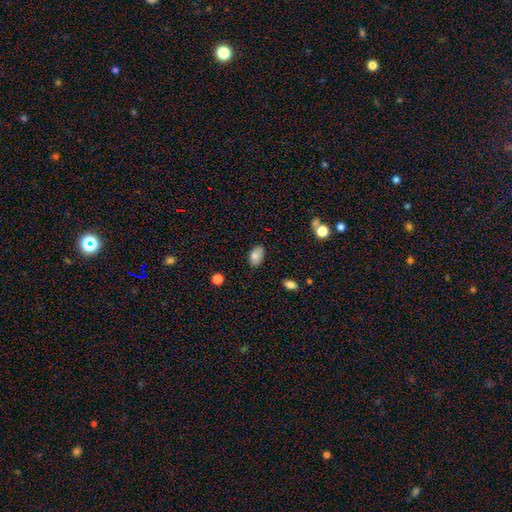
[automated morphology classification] A smooth galaxy with no disk features (83%) that is in between round and cigar-shaped (92%). Merging: none (77%).